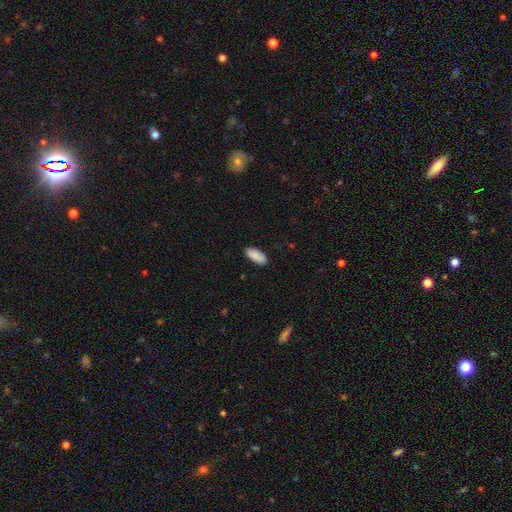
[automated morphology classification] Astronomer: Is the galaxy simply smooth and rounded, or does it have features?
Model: smooth — 86%.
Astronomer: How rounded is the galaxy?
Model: in between — 85%.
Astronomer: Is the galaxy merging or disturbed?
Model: none — 87%.